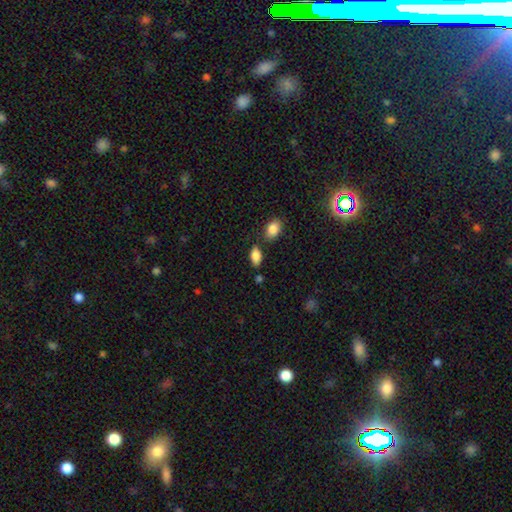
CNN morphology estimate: The model was most divided on "merging": none: 72%, minor disturbance: 15%, merger: 9%, major disturbance: 4%. More confident: how rounded — in between (92%); smooth or featured — smooth (85%).